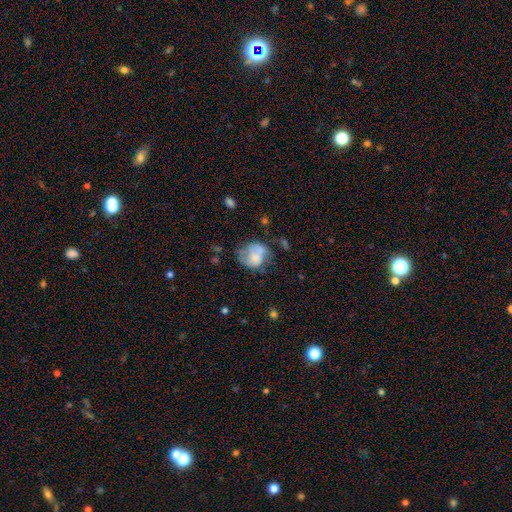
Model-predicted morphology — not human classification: smooth_or_featured: smooth (p=0.60) [alt: featured or disk p=0.31]
how_rounded: round (p=0.65) [alt: in between p=0.34]
merging: none (p=0.36) [alt: minor disturbance p=0.29]